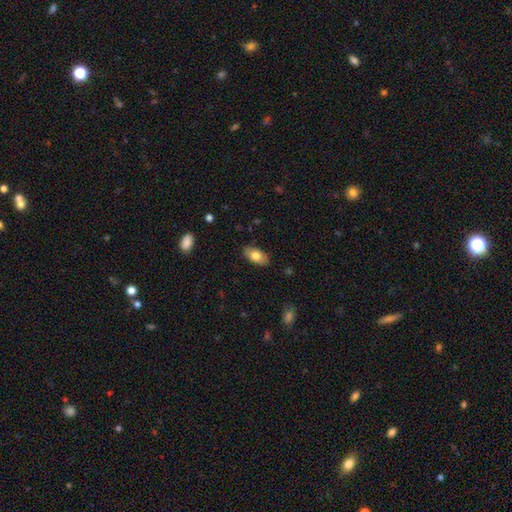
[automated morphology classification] Smooth or featured: smooth — 76% (featured or disk — 18%)
How rounded: in between — 92% (round — 4%)
Merging: none — 85% (minor disturbance — 12%)